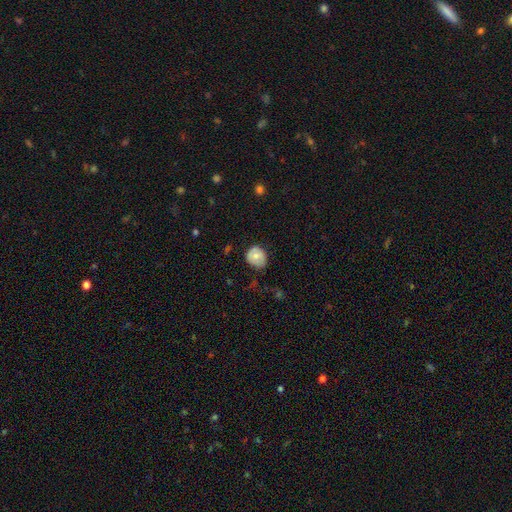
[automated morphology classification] Q: Smooth or featured?
A: smooth (71%); runner-up: featured or disk (21%)
Q: How rounded?
A: round (73%); runner-up: in between (26%)
Q: Merging?
A: none (68%); runner-up: minor disturbance (27%)